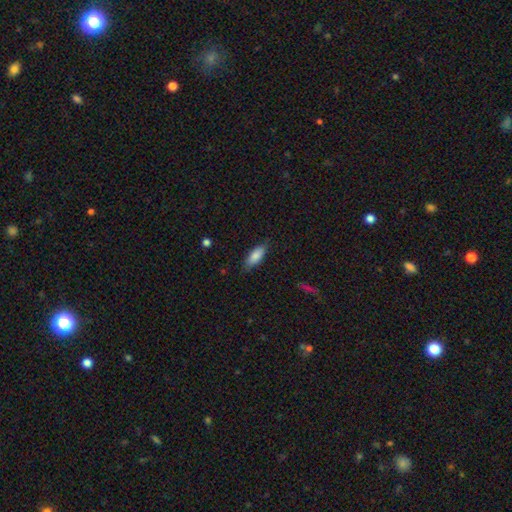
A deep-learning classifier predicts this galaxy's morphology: Smooth or featured?
  - smooth: 84% *
  - featured or disk: 10%
  - star or artifact: 6%
How rounded?
  - in between: 72% *
  - cigar-shaped: 26%
  - round: 2%
Merging?
  - none: 81% *
  - minor disturbance: 15%
  - major disturbance: 3%
  - merger: 1%